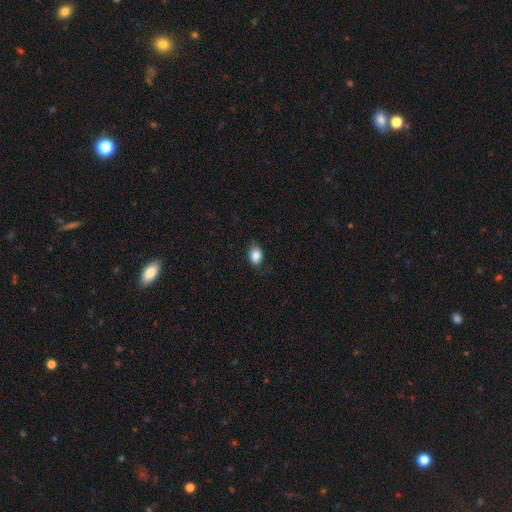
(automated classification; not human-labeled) This appears to be a smooth galaxy with no disk features (85%) that is in between round and cigar-shaped (72%). Merging: none (79%).